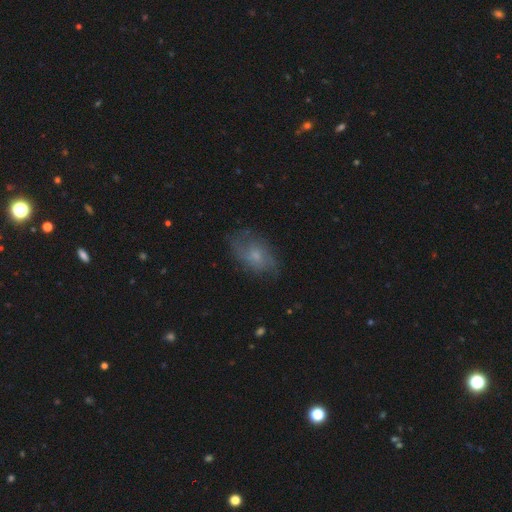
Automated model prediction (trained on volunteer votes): Smooth or featured?
  - featured or disk: 48% *
  - smooth: 43%
  - star or artifact: 9%
Merging?
  - none: 67% *
  - minor disturbance: 22%
  - major disturbance: 9%
  - merger: 1%